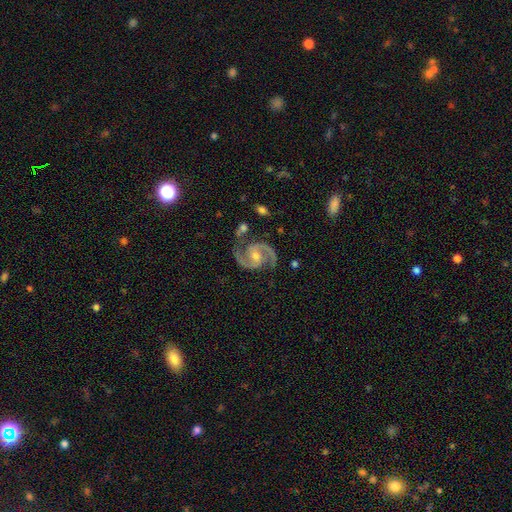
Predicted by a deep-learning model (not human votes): A featured or disk galaxy (93%) with no bar (49%), 2 (94%) medium (66%) spiral arms (99%) and a moderate central bulge (49%).

Vote fractions:
- Smooth or featured? featured or disk: 93% / star or artifact: 4% / smooth: 2%
- Edge-on disk? no: 98% / yes: 2%
- Bar? no: 49% / weak: 36% / strong: 15%
- Spiral arms? yes: 99% / no: 1%
- Spiral winding? medium: 66% / tight: 22% / loose: 12%
- Spiral arm count? 2: 94% / 3: 2% / can't tell: 1% / 1: 1% / 4: 1% / more than 4: 1%
- Bulge size? moderate: 49% / small: 47% / large: 2% / none: 2% / dominant: 1%
- Merging? none: 79% / minor disturbance: 14% / major disturbance: 4% / merger: 3%